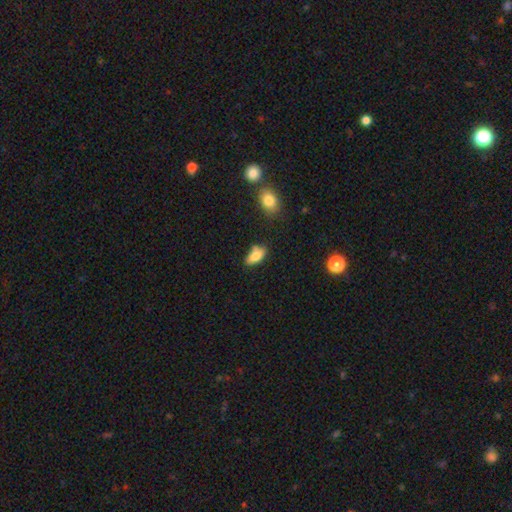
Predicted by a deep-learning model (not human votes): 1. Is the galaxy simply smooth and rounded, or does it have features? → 77% smooth, 15% featured or disk, 8% star or artifact.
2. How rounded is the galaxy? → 85% in between, 11% cigar-shaped, 4% round.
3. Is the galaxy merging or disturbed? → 62% none, 24% minor disturbance, 9% merger, 5% major disturbance.